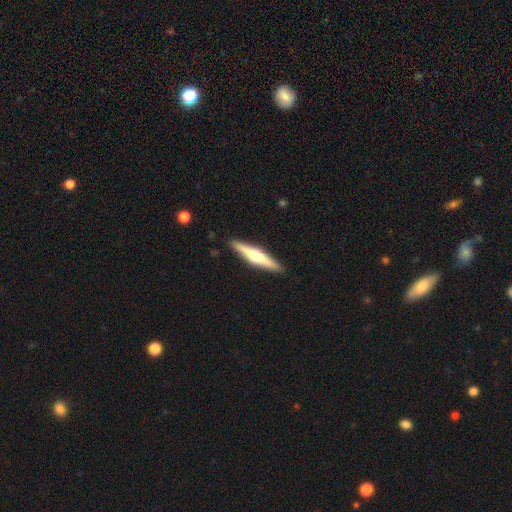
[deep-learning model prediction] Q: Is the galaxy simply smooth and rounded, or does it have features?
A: featured or disk — 65%.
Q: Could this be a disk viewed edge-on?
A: yes — 97%.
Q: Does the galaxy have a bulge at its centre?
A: rounded — 91%.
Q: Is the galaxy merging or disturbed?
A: none — 91%.